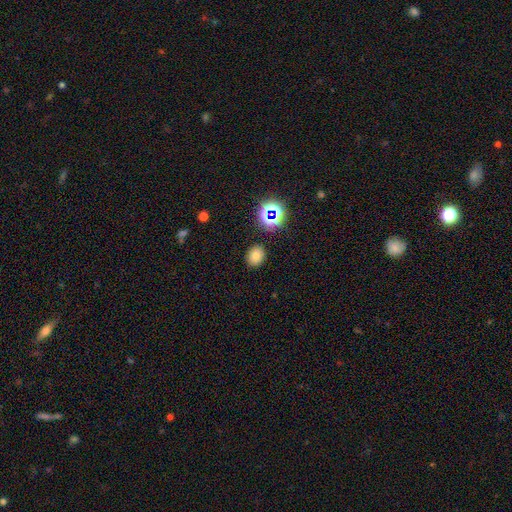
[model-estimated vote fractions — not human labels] A smooth galaxy with no disk features (74%) that is round (52%). Merging: none (87%).